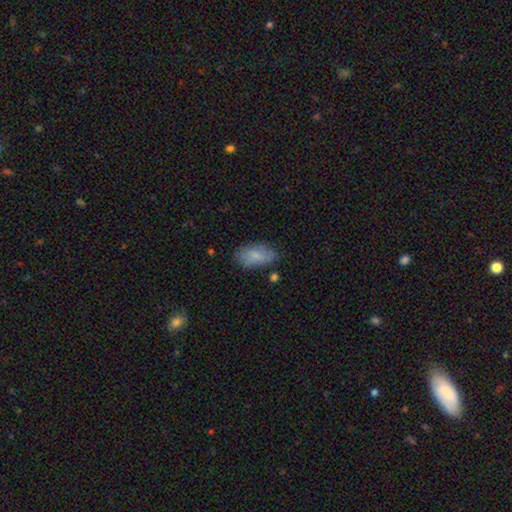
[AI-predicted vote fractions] A smooth galaxy with no disk features (82%) that is in between round and cigar-shaped (93%). Merging: none (74%).